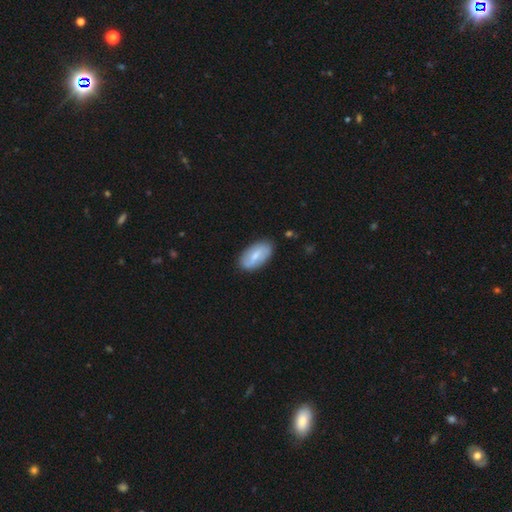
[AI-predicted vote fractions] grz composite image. It shows a smooth galaxy with no disk features (50%). Merging: none (84%).